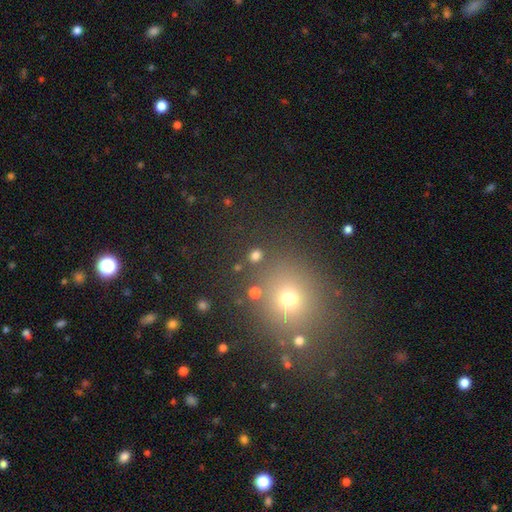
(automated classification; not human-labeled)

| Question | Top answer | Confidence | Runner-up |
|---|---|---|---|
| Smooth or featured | smooth | 75% | star or artifact (19%) |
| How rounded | round | 76% | in between (23%) |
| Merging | none | 82% | minor disturbance (7%) |